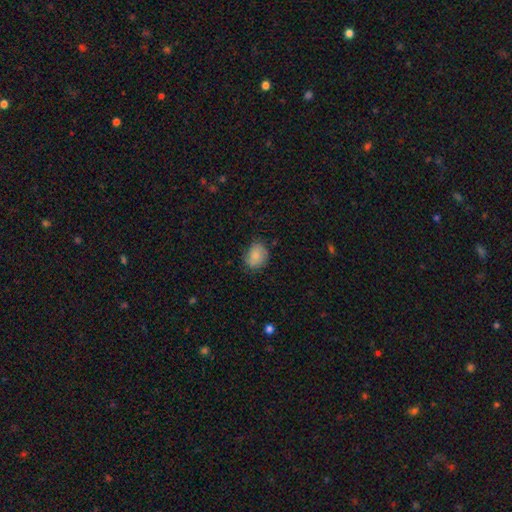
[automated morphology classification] smooth 83%, featured or disk 9%, star or artifact 8%. Down the decision tree: how rounded — in between (59%); merging — none (69%).